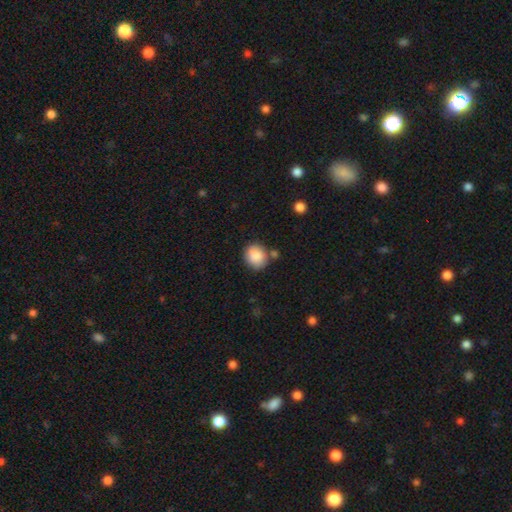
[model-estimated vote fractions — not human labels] The model was most divided on "how rounded": round: 76%, in between: 23%, cigar-shaped: 1%. More confident: smooth or featured — smooth (87%); merging — none (70%).